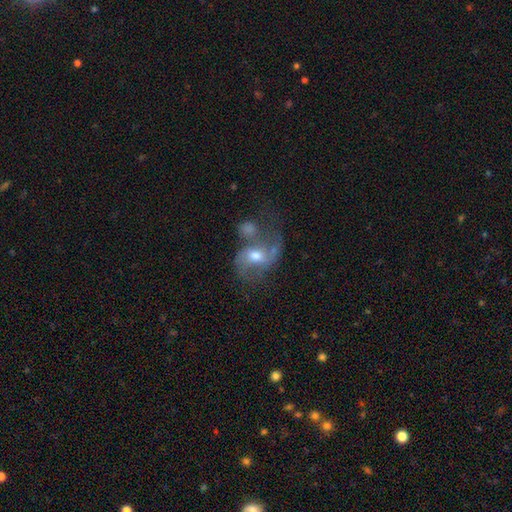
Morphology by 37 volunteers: A featured or disk galaxy (73%) with a weak bar (44%, tied with no), 2 (95%) loose (64%) spiral arms (81%) and a moderate central bulge (78%). Merging: merger (42%).